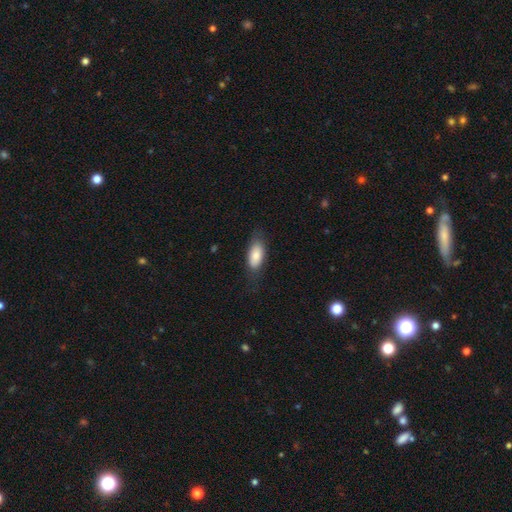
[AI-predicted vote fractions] This appears to be a smooth galaxy with no disk features (81%) that is in between round and cigar-shaped (85%). Merging: none (71%).